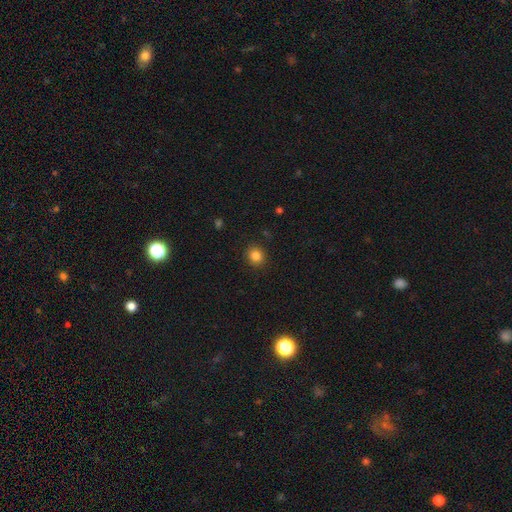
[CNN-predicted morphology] A smooth galaxy with no disk features (84%) that is round (80%).

Vote fractions:
- Smooth or featured? smooth: 84% / star or artifact: 11% / featured or disk: 5%
- How rounded? round: 80% / in between: 20% / cigar-shaped: 1%
- Merging? none: 89% / minor disturbance: 7% / major disturbance: 2% / merger: 1%